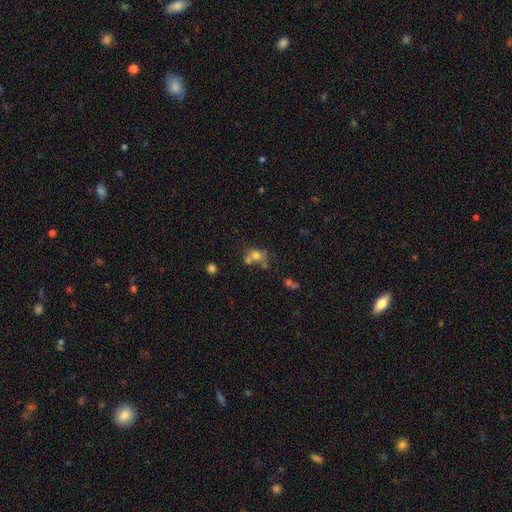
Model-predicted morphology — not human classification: This appears to be a smooth galaxy with no disk features (66%) that is round (64%). Merging: merger (43%).